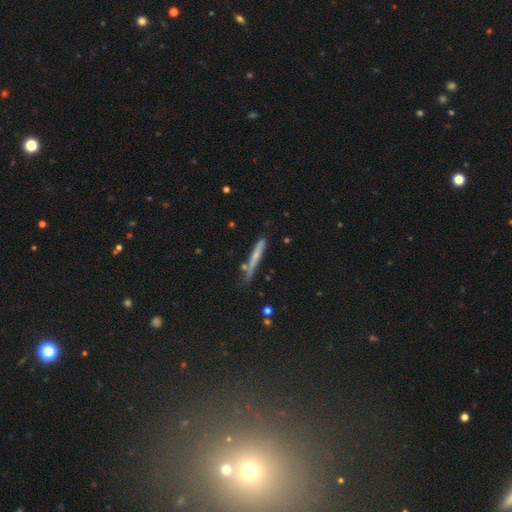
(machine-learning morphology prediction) A smooth galaxy with no disk features (52%) that is cigar-shaped (94%). Merging: none (69%).